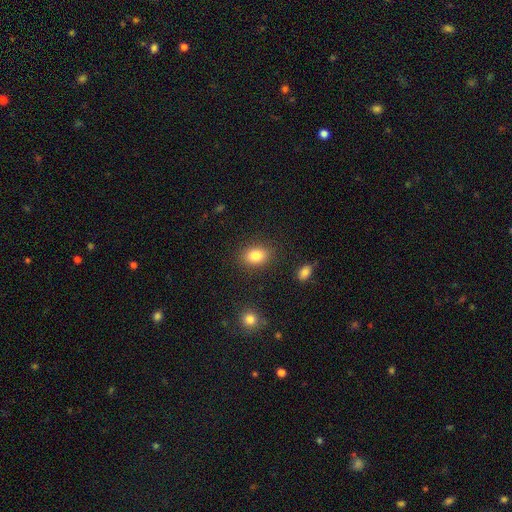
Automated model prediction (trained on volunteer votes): Morphology: type=smooth (83%); roundness=in between (70%); merging=none (86%).